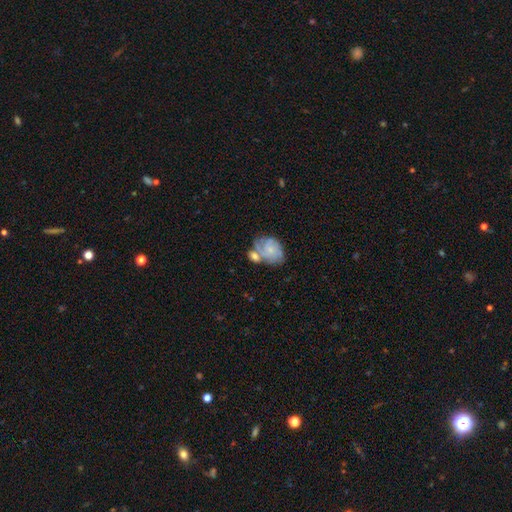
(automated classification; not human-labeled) featured or disk 55%, smooth 36%, star or artifact 10%. Down the decision tree: edge-on disk — no (97%); bar — no (77%); spiral arms — yes (76%); bulge size — small (66%); merging — none (42%).